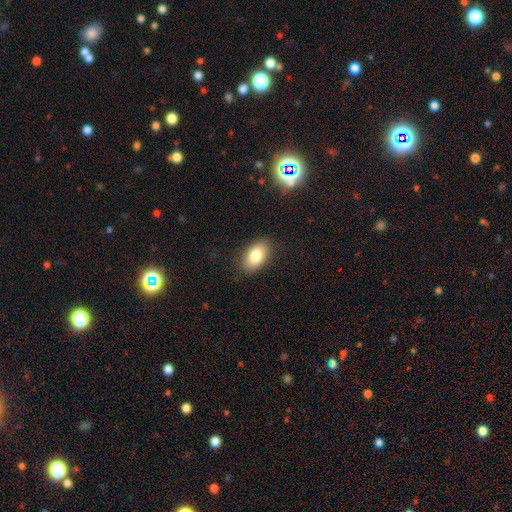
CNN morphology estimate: Overall: smooth (82%). How rounded: in between (91%). Merging: none (87%).